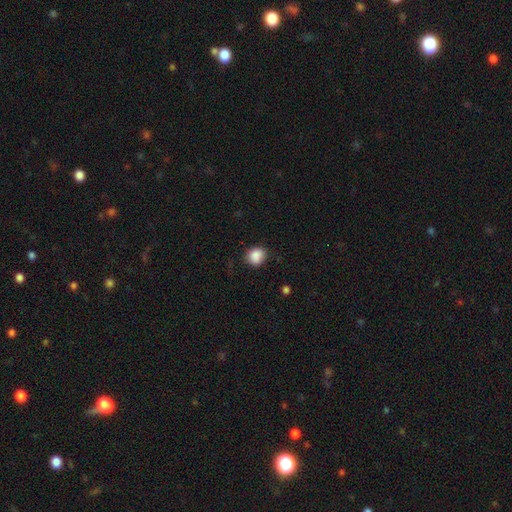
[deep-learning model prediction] A smooth galaxy with no disk features (87%) that is round (71%).

Vote fractions:
- Smooth or featured? smooth: 87% / star or artifact: 9% / featured or disk: 4%
- How rounded? round: 71% / in between: 28% / cigar-shaped: 1%
- Merging? none: 77% / minor disturbance: 18% / major disturbance: 4% / merger: 1%